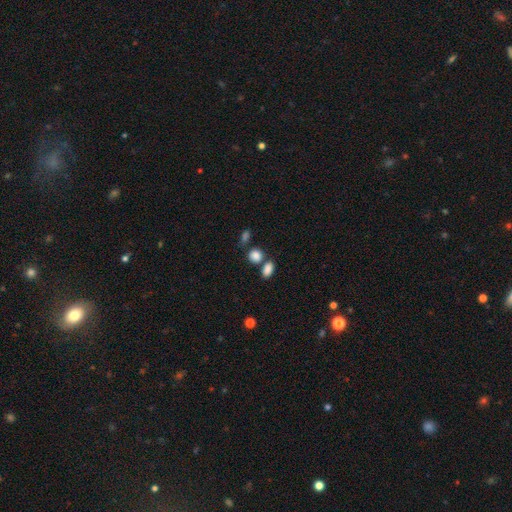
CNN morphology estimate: Smooth or featured?
  - smooth: 86% *
  - star or artifact: 9%
  - featured or disk: 5%
How rounded?
  - in between: 49% * (tied)
  - round: 49% * (tied)
  - cigar-shaped: 2%
Merging?
  - none: 57% *
  - merger: 28%
  - minor disturbance: 11%
  - major disturbance: 4%